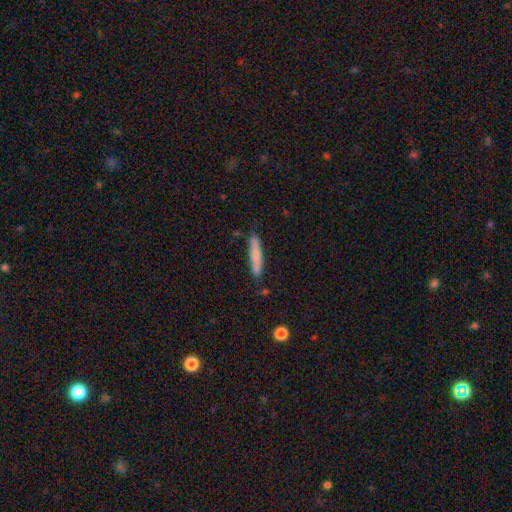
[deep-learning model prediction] Smooth or featured: smooth — 74% (featured or disk — 20%)
How rounded: cigar-shaped — 93% (in between — 5%)
Merging: none — 82% (minor disturbance — 13%)